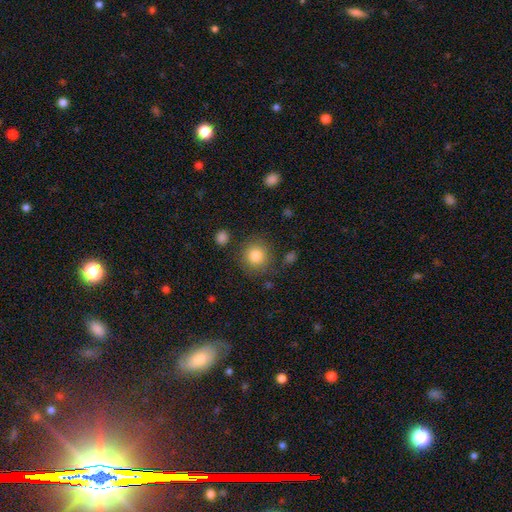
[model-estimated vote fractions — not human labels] Smooth or featured?
  - smooth: 83% *
  - star or artifact: 10%
  - featured or disk: 7%
How rounded?
  - round: 92% *
  - in between: 7%
  - cigar-shaped: 1%
Merging?
  - none: 83% *
  - minor disturbance: 10%
  - major disturbance: 4%
  - merger: 3%